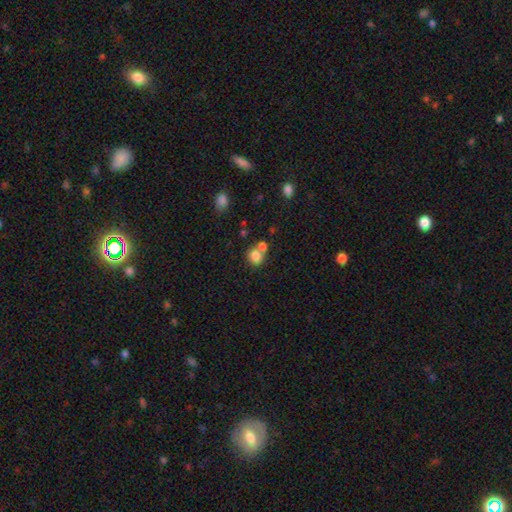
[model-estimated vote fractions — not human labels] smooth-or-featured: smooth: 81% | star or artifact: 11% | featured or disk: 8%
  how-rounded: round: 72% | in between: 27% | cigar-shaped: 1%
  merging: none: 48% | merger: 39% | minor disturbance: 9% | major disturbance: 4%